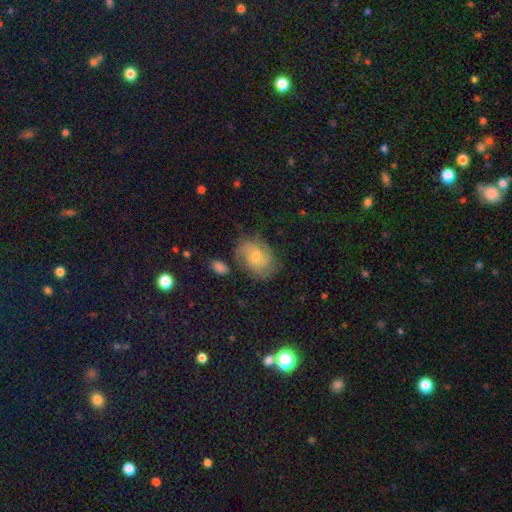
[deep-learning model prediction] Smooth or featured?
  - featured or disk: 65% *
  - smooth: 25%
  - star or artifact: 10%
Edge-on disk?
  - no: 97% *
  - yes: 3%
Bar?
  - no: 61% *
  - weak: 34%
  - strong: 5%
Spiral arms?
  - yes: 90% *
  - no: 10%
Spiral winding?
  - tight: 43% *
  - medium: 42%
  - loose: 15%
Spiral arm count?
  - 2: 39% *
  - can't tell: 26%
  - 3: 20%
  - 4: 6%
  - 1: 5%
  - more than 4: 4%
Bulge size?
  - small: 52% *
  - moderate: 43%
  - none: 2%
  - large: 2%
  - dominant: 1%
Merging?
  - none: 73% *
  - minor disturbance: 18%
  - major disturbance: 6%
  - merger: 3%